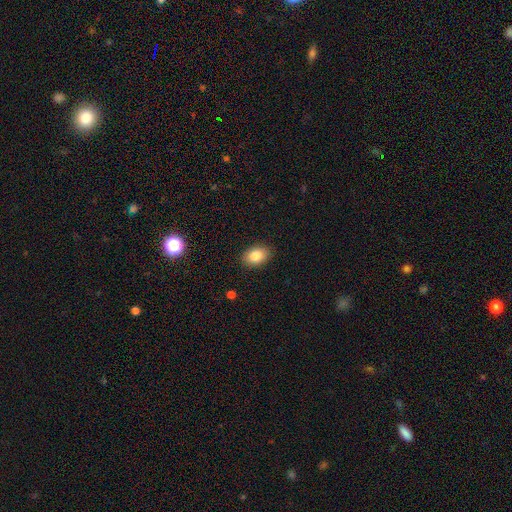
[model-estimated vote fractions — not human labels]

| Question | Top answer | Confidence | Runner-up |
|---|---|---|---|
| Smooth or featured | smooth | 84% | star or artifact (8%) |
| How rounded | in between | 83% | round (16%) |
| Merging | none | 88% | minor disturbance (9%) |